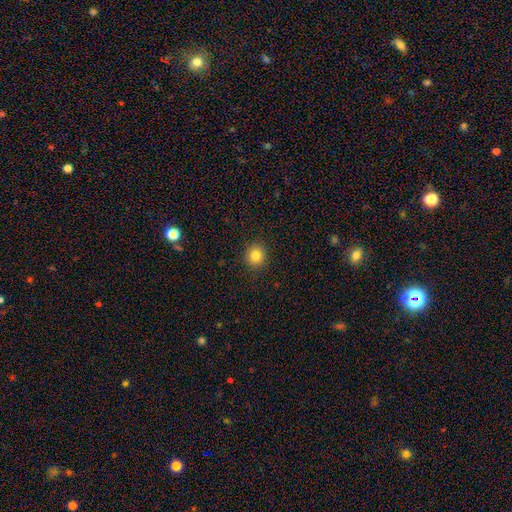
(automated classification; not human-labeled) This is clearly a smooth galaxy (83%). How rounded: clearly round (88%). Merging: clearly none (91%).